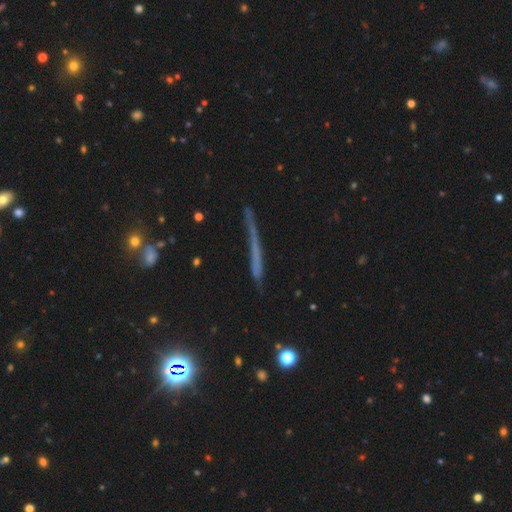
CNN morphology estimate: A featured or disk galaxy (42%). Merging: none (73%).